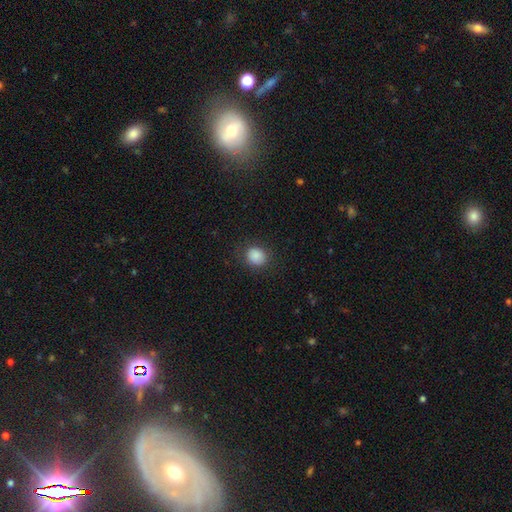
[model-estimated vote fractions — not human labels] This appears to be a smooth galaxy with no disk features (87%) that is round (72%). Merging: none (85%).